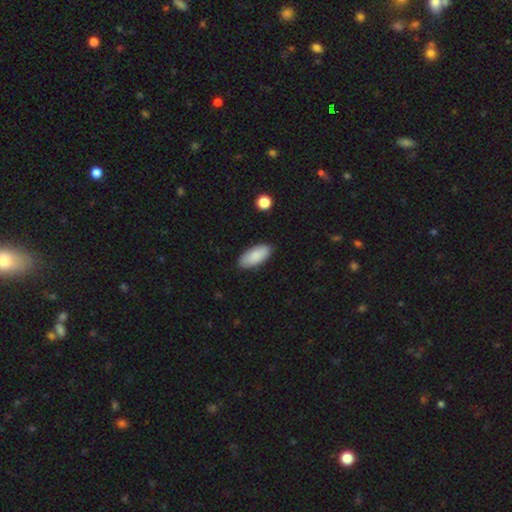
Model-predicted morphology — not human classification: This appears to be a smooth galaxy with no disk features (87%) that is in between round and cigar-shaped (89%). Merging: none (87%).